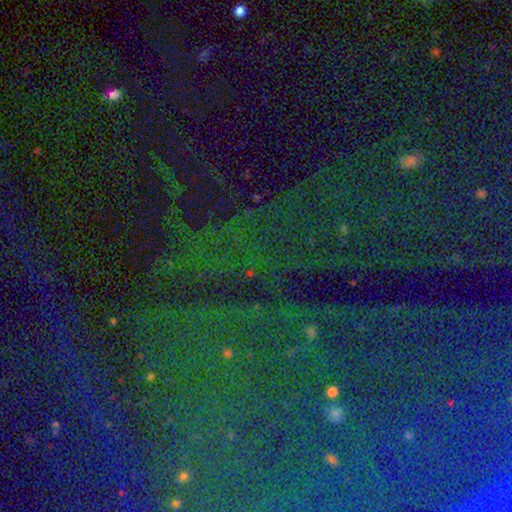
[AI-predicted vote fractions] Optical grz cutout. It shows a star or artifact, not a galaxy (83%).